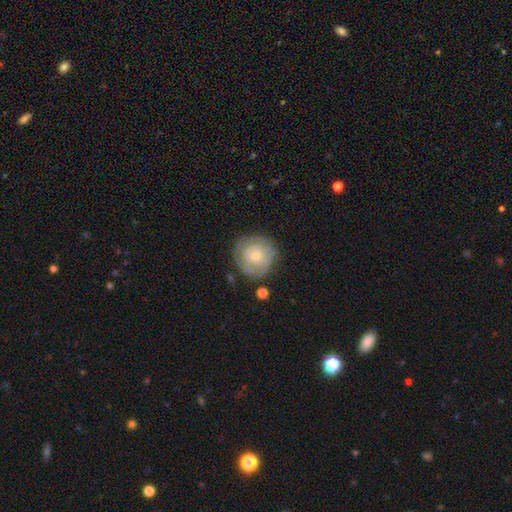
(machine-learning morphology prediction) Smooth or featured?
  - featured or disk: 59% *
  - smooth: 34%
  - star or artifact: 6%
Edge-on disk?
  - no: 98% *
  - yes: 2%
Bar?
  - no: 82% *
  - weak: 15%
  - strong: 3%
Spiral arms?
  - yes: 72% *
  - no: 28%
Bulge size?
  - small: 61% *
  - moderate: 34%
  - large: 2%
  - none: 2%
  - dominant: 1%
Merging?
  - none: 73% *
  - minor disturbance: 17%
  - major disturbance: 7%
  - merger: 2%